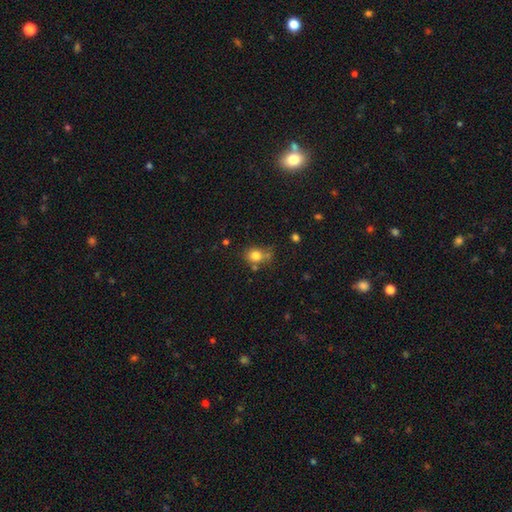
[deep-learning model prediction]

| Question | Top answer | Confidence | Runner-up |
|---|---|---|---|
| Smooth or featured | smooth | 80% | star or artifact (12%) |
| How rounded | round | 66% | in between (33%) |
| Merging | none | 54% | minor disturbance (23%) |